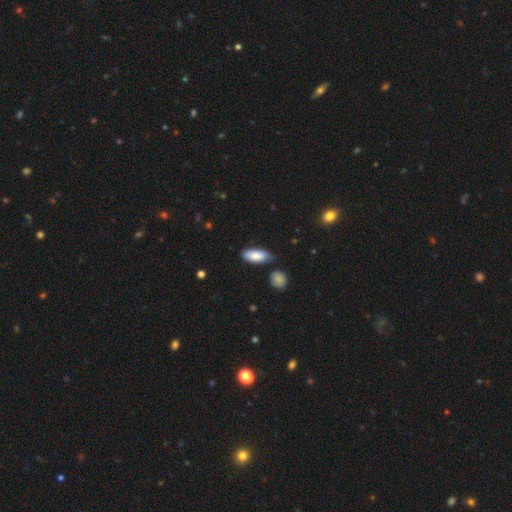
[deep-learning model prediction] Overall: smooth (85%). How rounded: in between (82%). Merging: none (75%).